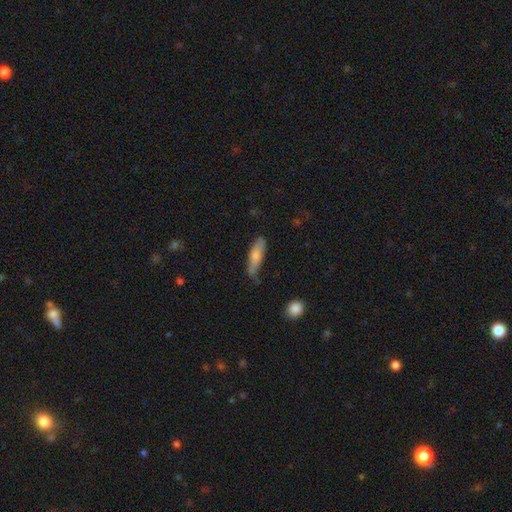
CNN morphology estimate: Smooth or featured? Predicted: smooth (p=0.73). How rounded? Predicted: cigar-shaped (p=0.59). Merging? Predicted: none (p=0.60).